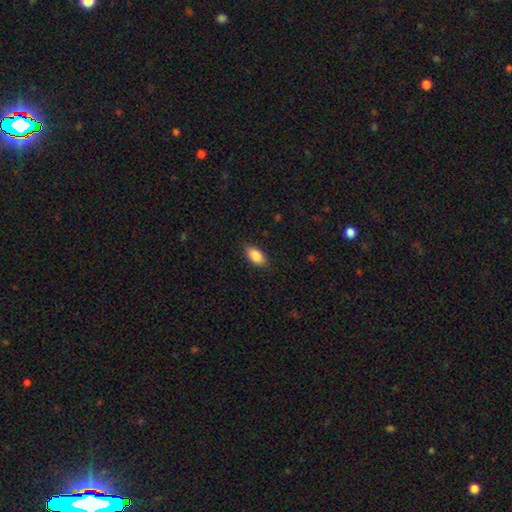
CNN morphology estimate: Smooth or featured?
  - smooth: 87% *
  - star or artifact: 7%
  - featured or disk: 6%
How rounded?
  - in between: 92% *
  - cigar-shaped: 4%
  - round: 4%
Merging?
  - none: 87% *
  - minor disturbance: 10%
  - major disturbance: 2%
  - merger: 1%